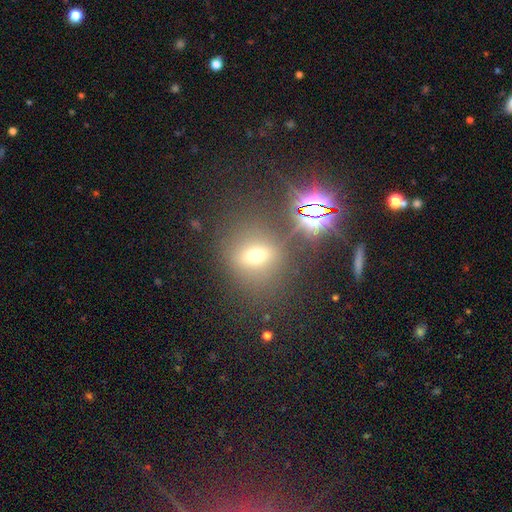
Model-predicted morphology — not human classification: A smooth galaxy with no disk features (47%).

Vote fractions:
- Smooth or featured? smooth: 47% / star or artifact: 32% / featured or disk: 21%
- Merging? none: 76% / minor disturbance: 12% / major disturbance: 7% / merger: 6%